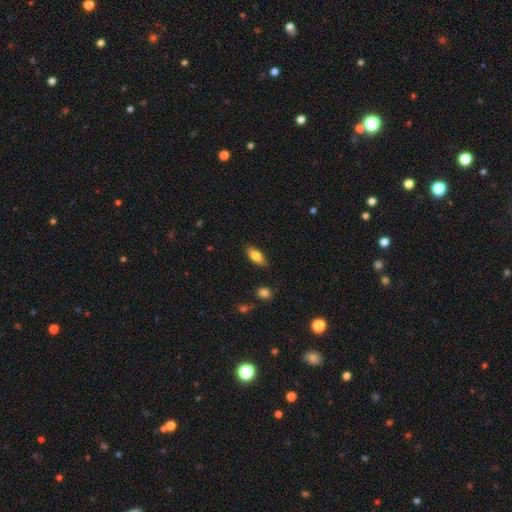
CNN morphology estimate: The model was most divided on "smooth or featured": smooth: 76%, featured or disk: 18%, star or artifact: 7%. More confident: merging — none (85%); how rounded — in between (79%).